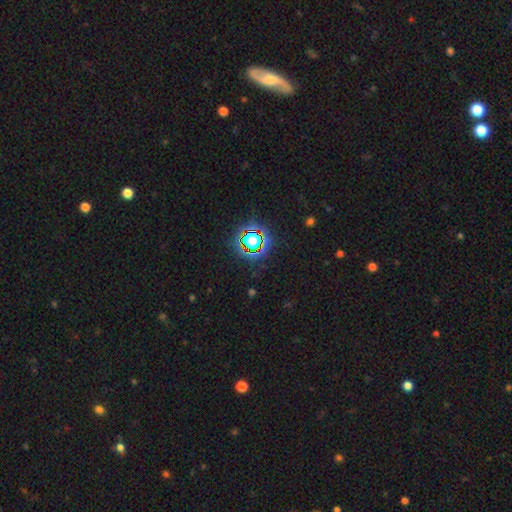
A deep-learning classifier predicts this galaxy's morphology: A star or artifact, not a galaxy (72%).

Vote fractions:
- Smooth or featured? star or artifact: 72% / smooth: 18% / featured or disk: 10%